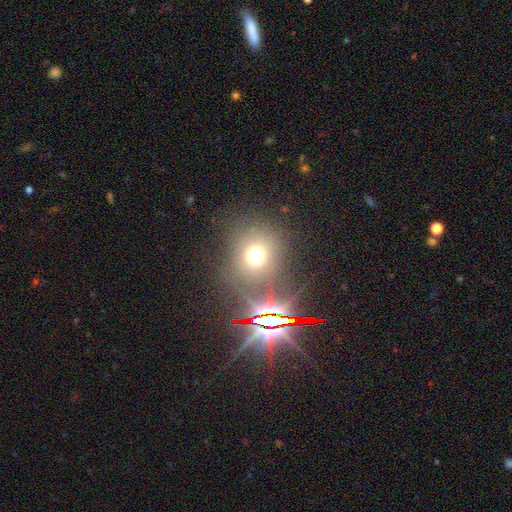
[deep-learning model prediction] Smooth or featured: smooth — 60% (star or artifact — 30%)
How rounded: round — 78% (in between — 21%)
Merging: none — 75% (minor disturbance — 11%)